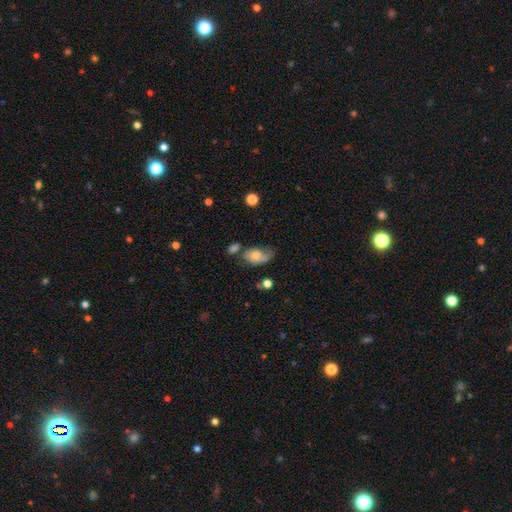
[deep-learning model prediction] Smooth or featured? Predicted: smooth (p=0.64). How rounded? Predicted: in between (p=0.88). Merging? Predicted: none (p=0.36).